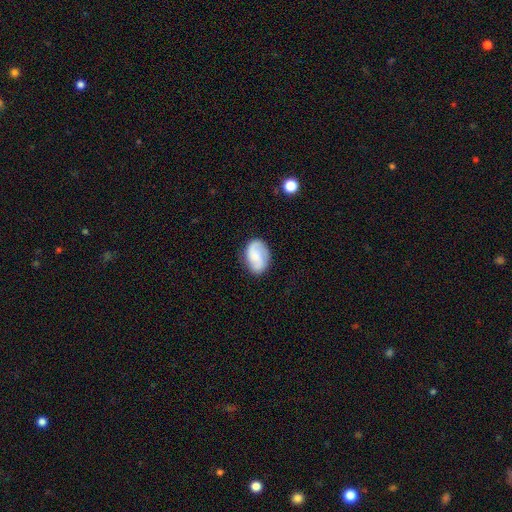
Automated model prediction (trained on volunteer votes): The model was most divided on "smooth or featured": featured or disk: 47%, smooth: 45%, star or artifact: 8%. More confident: merging — none (75%).